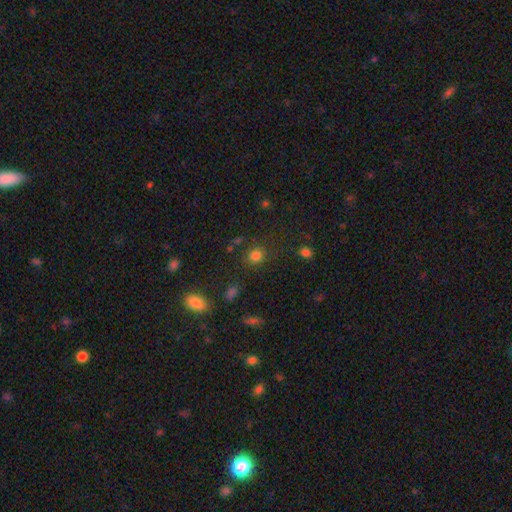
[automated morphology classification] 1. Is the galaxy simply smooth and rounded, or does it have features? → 77% smooth, 18% star or artifact, 6% featured or disk.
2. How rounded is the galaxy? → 81% round, 18% in between, 1% cigar-shaped.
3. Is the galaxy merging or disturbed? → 78% none, 12% minor disturbance, 5% major disturbance, 5% merger.